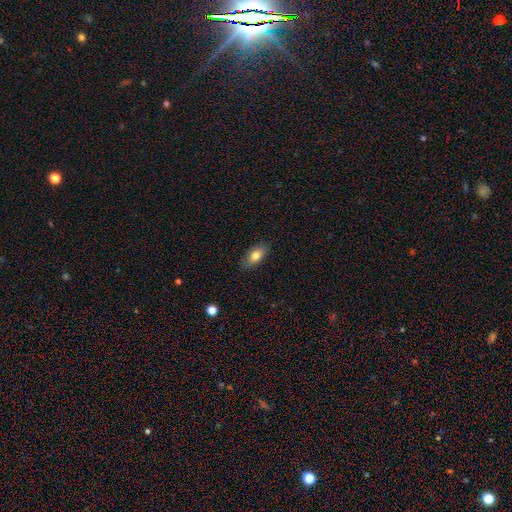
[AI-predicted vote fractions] This is likely a smooth galaxy (76%). How rounded: clearly in between (86%). Merging: clearly none (85%).